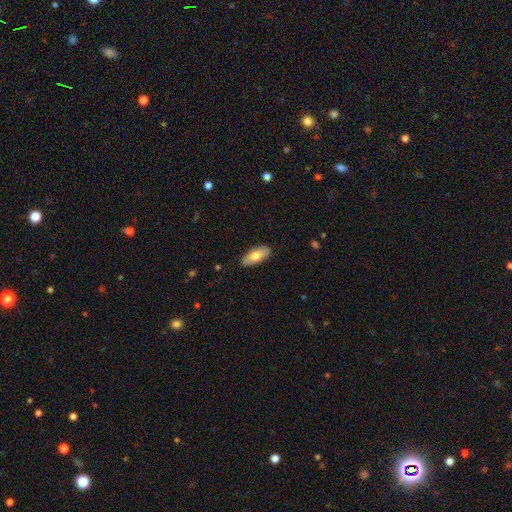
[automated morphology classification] This appears to be a smooth galaxy with no disk features (70%) that is in between round and cigar-shaped (83%). Merging: none (86%).